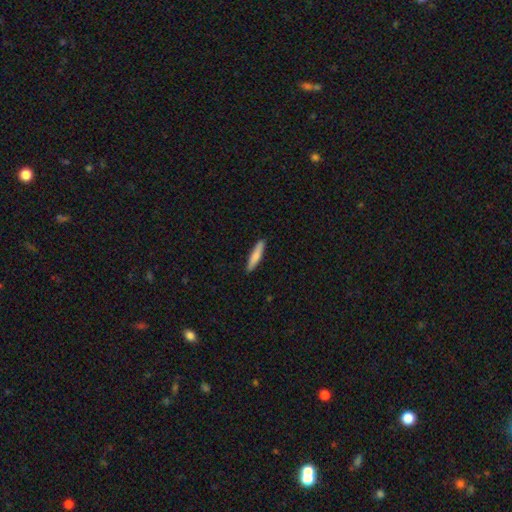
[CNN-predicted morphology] type=smooth (77%); roundness=cigar-shaped (87%); merging=none (90%).